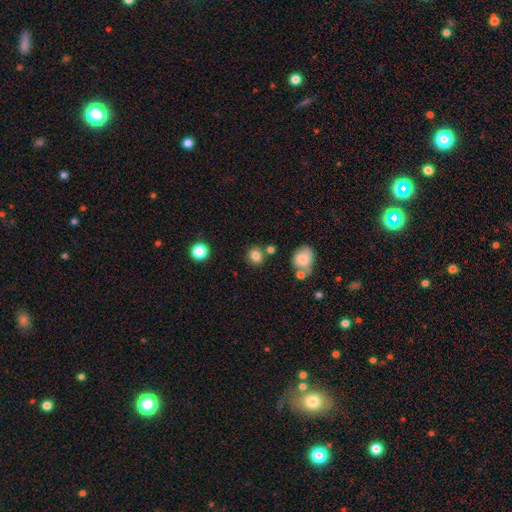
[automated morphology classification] This is clearly a smooth galaxy (82%). How rounded: likely round (74%). Merging: likely none (78%).